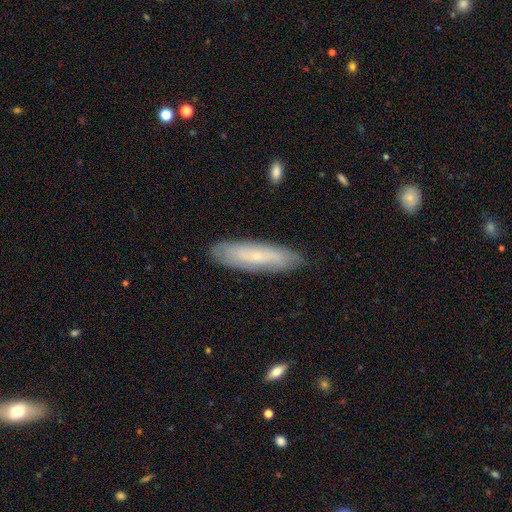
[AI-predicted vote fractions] A smooth galaxy with no disk features (49%).

Vote fractions:
- Smooth or featured? smooth: 49% / featured or disk: 44% / star or artifact: 7%
- Merging? none: 84% / minor disturbance: 12% / major disturbance: 2% / merger: 1%